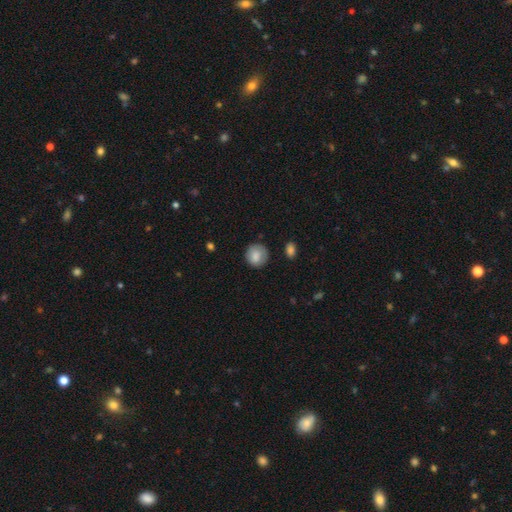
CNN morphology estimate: Smooth or featured: smooth — 84% (featured or disk — 9%)
How rounded: round — 88% (in between — 11%)
Merging: none — 81% (minor disturbance — 14%)